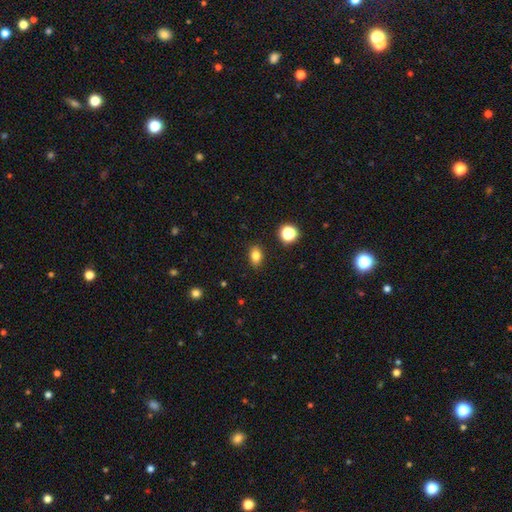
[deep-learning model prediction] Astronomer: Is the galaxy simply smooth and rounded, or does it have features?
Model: smooth — 80%.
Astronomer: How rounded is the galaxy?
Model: in between — 77%.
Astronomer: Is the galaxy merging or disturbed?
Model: none — 87%.